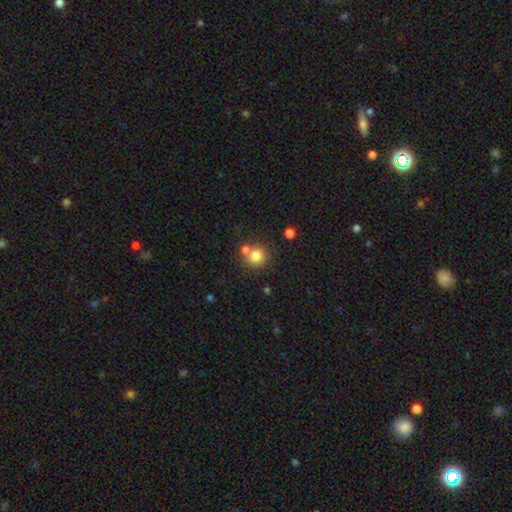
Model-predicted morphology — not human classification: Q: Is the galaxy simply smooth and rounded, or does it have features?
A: smooth — 80%.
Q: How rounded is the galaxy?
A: round — 90%.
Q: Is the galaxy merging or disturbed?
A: none — 64%.